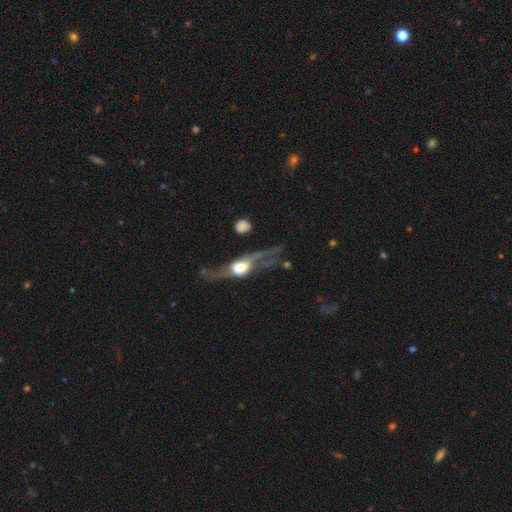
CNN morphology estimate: type=featured or disk (77%); edge-on=yes (67%); edge-on bulge=rounded (90%); merging=none (55%).